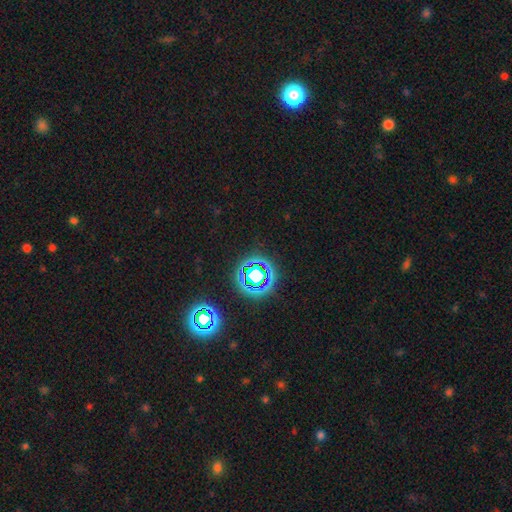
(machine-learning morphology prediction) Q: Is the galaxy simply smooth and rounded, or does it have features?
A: star or artifact — 71%.